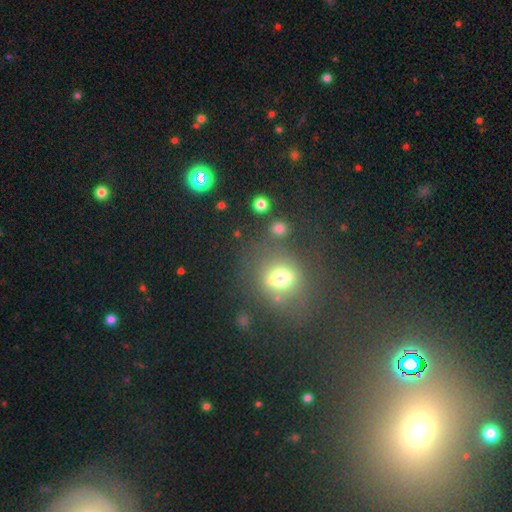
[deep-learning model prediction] The model was most divided on "smooth or featured": smooth: 47%, star or artifact: 41%, featured or disk: 12%. More confident: merging — none (72%).